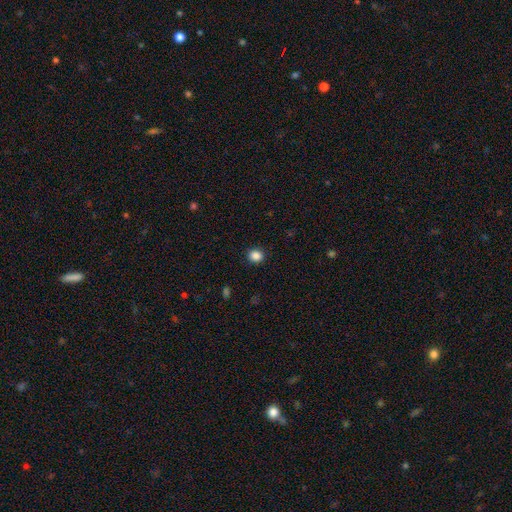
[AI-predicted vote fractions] Smooth or featured? Predicted: smooth (p=0.86). How rounded? Predicted: round (p=0.82). Merging? Predicted: none (p=0.91).